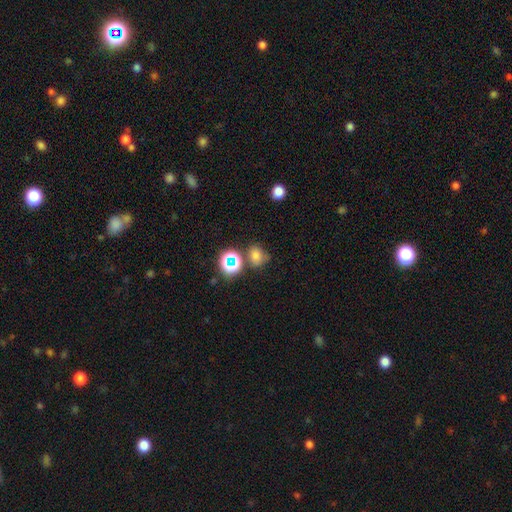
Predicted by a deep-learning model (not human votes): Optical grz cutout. It shows a smooth galaxy with no disk features (66%) that is round (58%). Merging: none (60%).